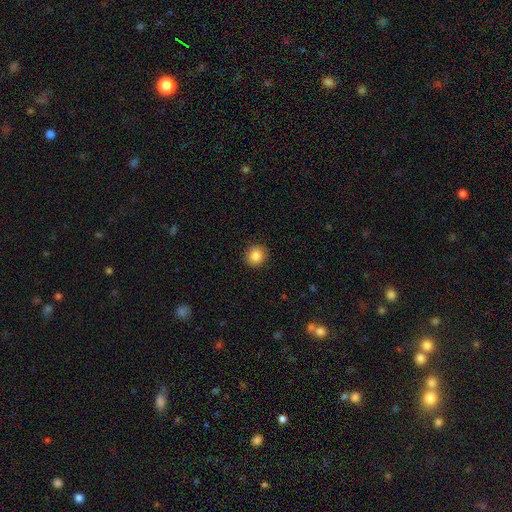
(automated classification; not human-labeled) Overall: smooth (85%). How rounded: round (91%). Merging: none (90%).